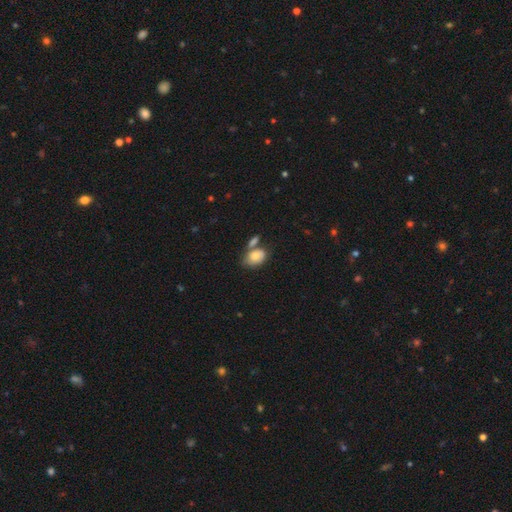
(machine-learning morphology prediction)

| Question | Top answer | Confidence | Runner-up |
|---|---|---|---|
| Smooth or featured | smooth | 75% | featured or disk (18%) |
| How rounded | in between | 81% | round (17%) |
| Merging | none | 40% | merger (32%) |